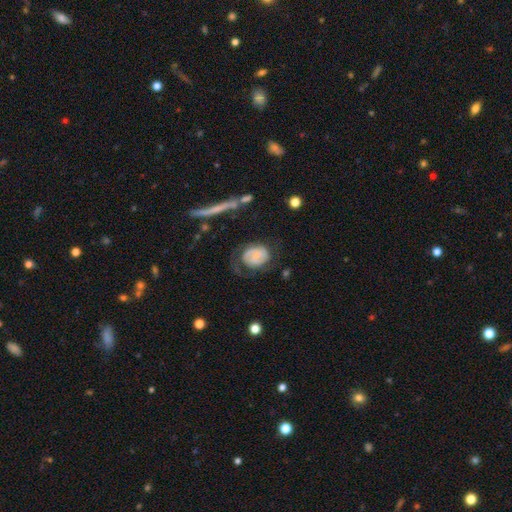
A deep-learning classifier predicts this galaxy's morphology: Smooth or featured? Predicted: smooth (p=0.47). Merging? Predicted: none (p=0.47).